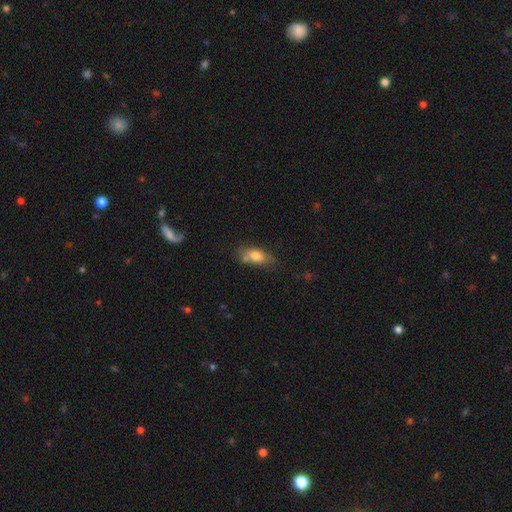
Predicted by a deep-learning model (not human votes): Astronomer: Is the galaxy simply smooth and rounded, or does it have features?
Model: smooth — 75%.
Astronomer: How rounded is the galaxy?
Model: in between — 82%.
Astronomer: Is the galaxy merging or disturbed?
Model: none — 57%.